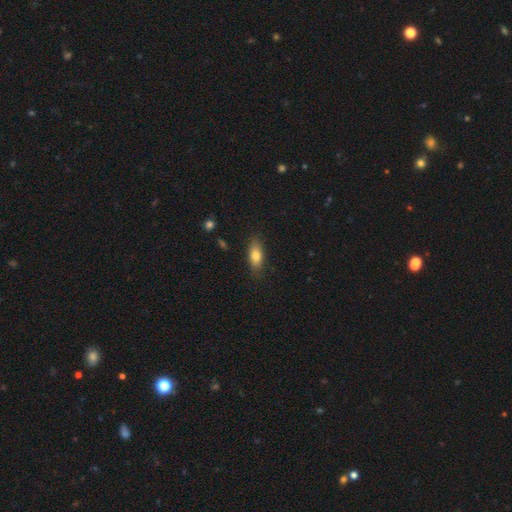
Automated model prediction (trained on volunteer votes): This appears to be a smooth galaxy with no disk features (78%) that is in between round and cigar-shaped (77%). Merging: none (83%).